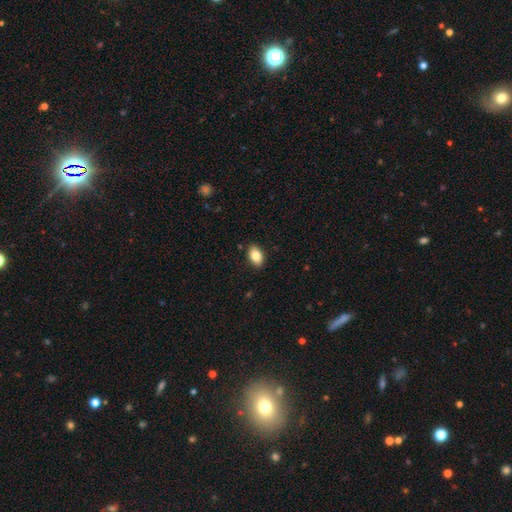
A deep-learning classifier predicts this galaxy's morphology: The model was most divided on "smooth or featured": smooth: 84%, featured or disk: 8%, star or artifact: 8%. More confident: how rounded — in between (89%); merging — none (89%).